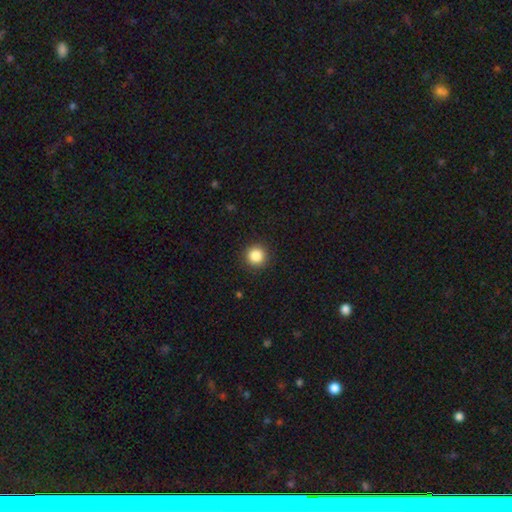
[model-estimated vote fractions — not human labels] This appears to be a smooth galaxy with no disk features (85%) that is round (95%). Merging: none (92%).